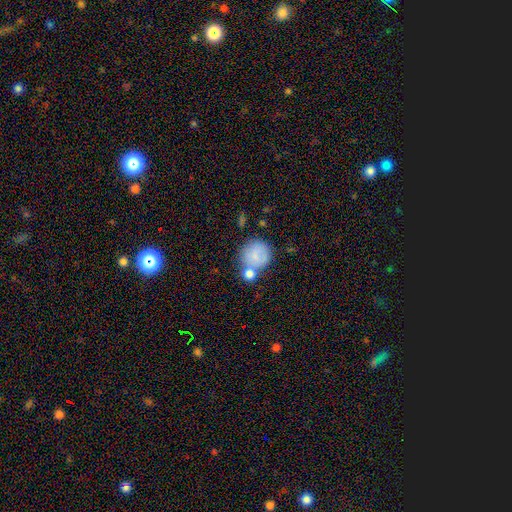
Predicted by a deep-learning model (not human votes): smooth 78%, featured or disk 13%, star or artifact 8%. Down the decision tree: how rounded — round (88%); merging — none (50%).